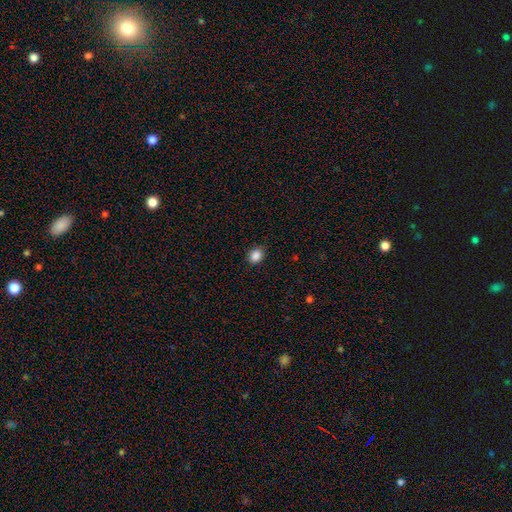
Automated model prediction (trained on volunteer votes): The model was most divided on "how rounded": round: 56%, in between: 43%, cigar-shaped: 1%. More confident: merging — none (87%); smooth or featured — smooth (87%).